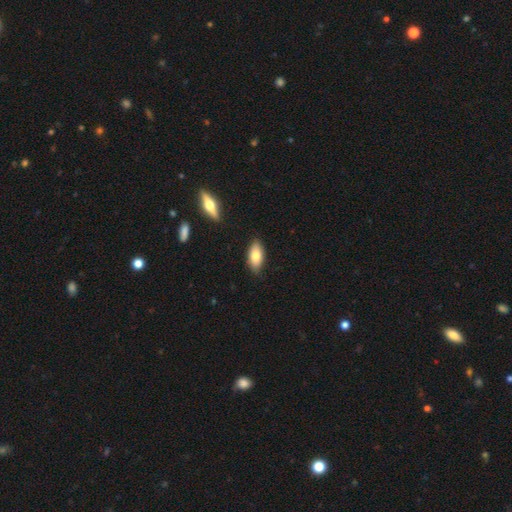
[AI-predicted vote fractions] The model was most divided on "smooth or featured": smooth: 78%, featured or disk: 16%, star or artifact: 7%. More confident: how rounded — in between (87%); merging — none (83%).